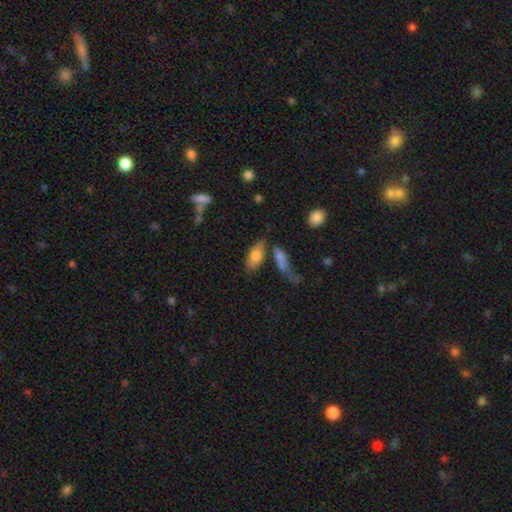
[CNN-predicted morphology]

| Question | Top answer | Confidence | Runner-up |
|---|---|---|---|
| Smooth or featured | smooth | 75% | featured or disk (17%) |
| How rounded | in between | 84% | cigar-shaped (13%) |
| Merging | none | 57% | merger (19%) |